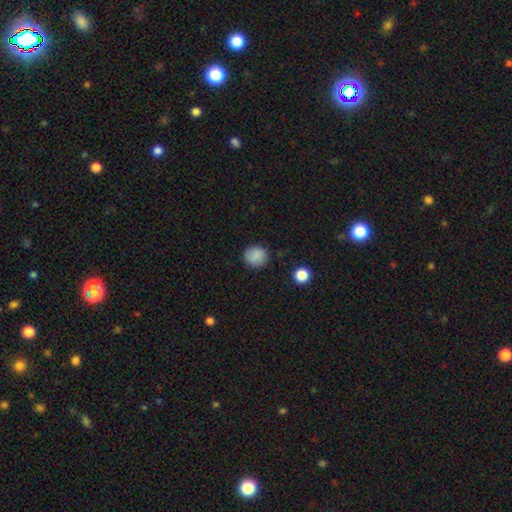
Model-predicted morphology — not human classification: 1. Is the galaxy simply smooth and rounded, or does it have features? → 86% smooth, 10% star or artifact, 5% featured or disk.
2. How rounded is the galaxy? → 82% round, 17% in between, 1% cigar-shaped.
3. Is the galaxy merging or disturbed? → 86% none, 10% minor disturbance, 3% major disturbance, 1% merger.